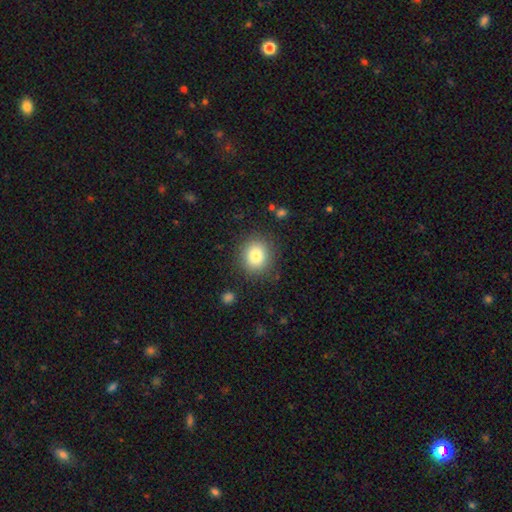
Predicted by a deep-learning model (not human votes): The model was most divided on "how rounded": round: 79%, in between: 20%, cigar-shaped: 1%. More confident: merging — none (86%); smooth or featured — smooth (81%).